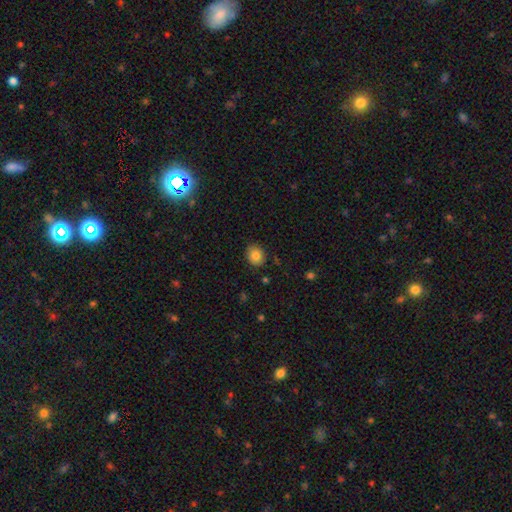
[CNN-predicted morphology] This is clearly a smooth galaxy (82%). How rounded: likely round (65%). Merging: clearly none (87%).